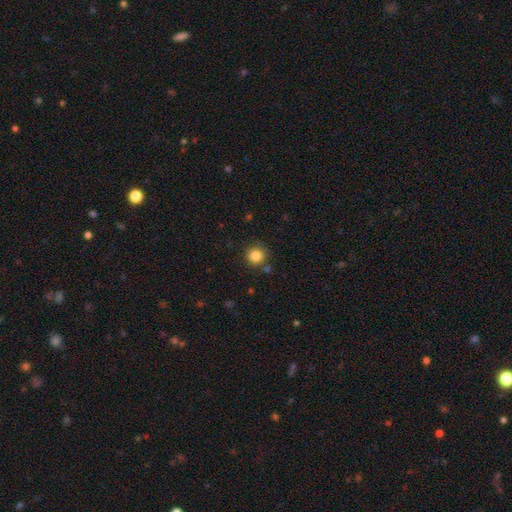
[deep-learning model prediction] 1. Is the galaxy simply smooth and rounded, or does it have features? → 85% smooth, 11% star or artifact, 4% featured or disk.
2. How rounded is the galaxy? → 93% round, 6% in between, 1% cigar-shaped.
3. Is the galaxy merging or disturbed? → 83% none, 10% minor disturbance, 4% merger, 3% major disturbance.